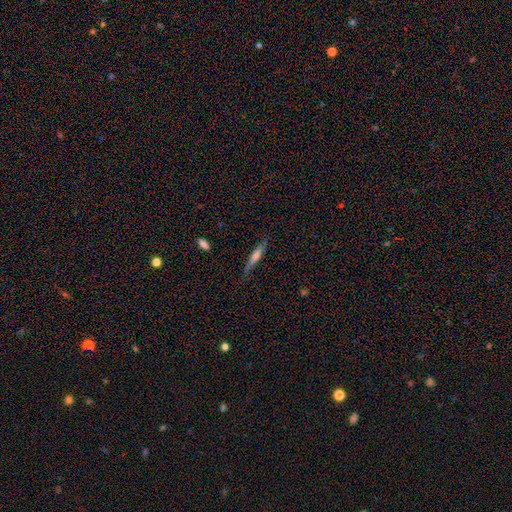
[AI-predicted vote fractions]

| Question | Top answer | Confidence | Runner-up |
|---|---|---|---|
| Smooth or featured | featured or disk | 47% | smooth (46%) |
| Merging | none | 79% | minor disturbance (16%) |